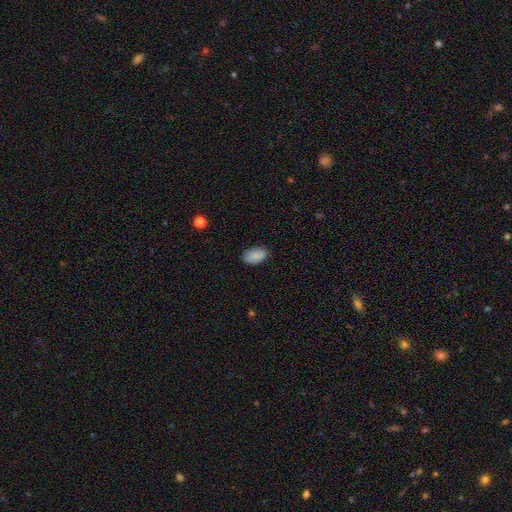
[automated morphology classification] smooth 88%, star or artifact 7%, featured or disk 5%. Down the decision tree: how rounded — in between (93%); merging — none (82%).